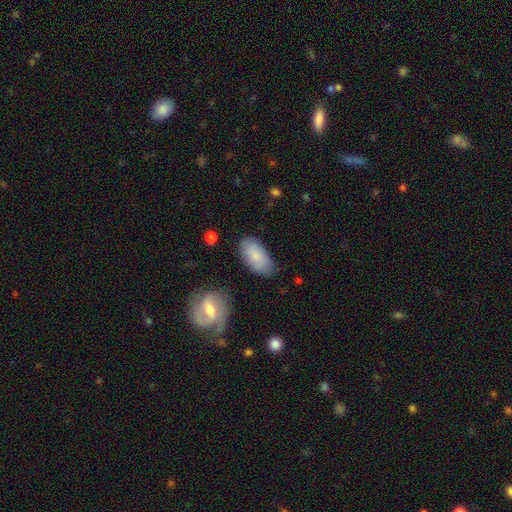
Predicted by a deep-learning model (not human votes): A smooth galaxy with no disk features (77%) that is in between round and cigar-shaped (94%).

Vote fractions:
- Smooth or featured? smooth: 77% / featured or disk: 17% / star or artifact: 6%
- How rounded? in between: 94% / cigar-shaped: 3% / round: 3%
- Merging? none: 77% / minor disturbance: 16% / major disturbance: 4% / merger: 3%